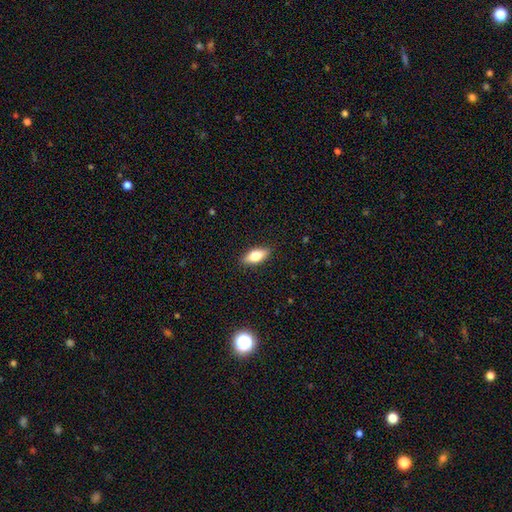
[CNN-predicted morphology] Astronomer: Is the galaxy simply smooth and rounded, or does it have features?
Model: smooth — 74%.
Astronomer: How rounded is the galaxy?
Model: in between — 82%.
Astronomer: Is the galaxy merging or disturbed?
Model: none — 88%.